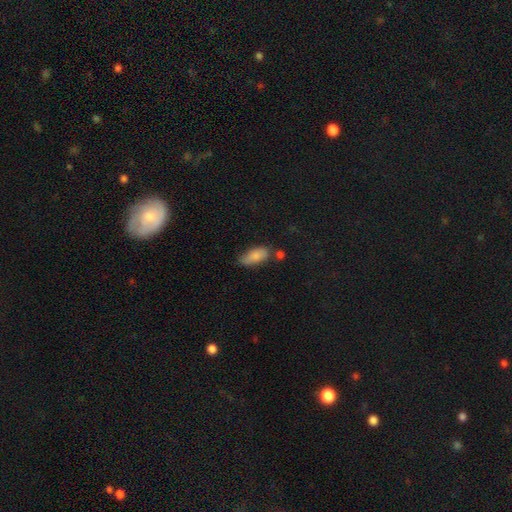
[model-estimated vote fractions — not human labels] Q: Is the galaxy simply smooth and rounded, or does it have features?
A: smooth — 82%.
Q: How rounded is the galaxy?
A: in between — 85%.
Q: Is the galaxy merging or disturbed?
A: none — 57%.